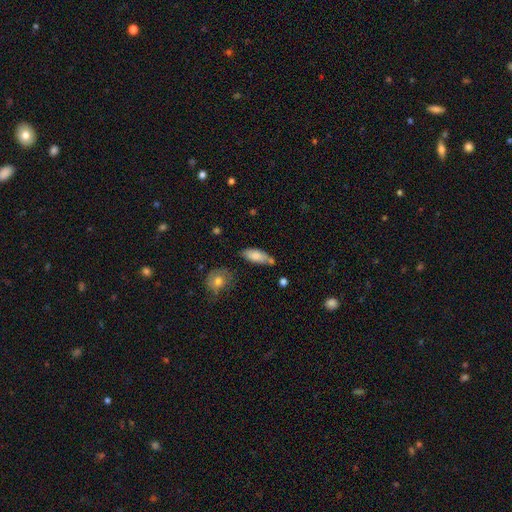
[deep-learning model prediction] The model was most divided on "merging": none: 60%, minor disturbance: 22%, merger: 13%, major disturbance: 5%. More confident: smooth or featured — smooth (79%); how rounded — in between (77%).